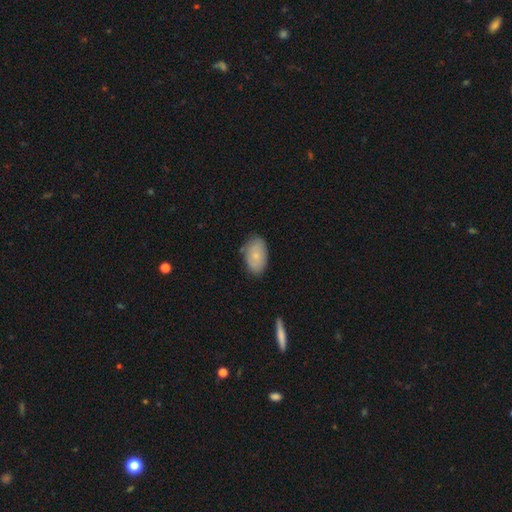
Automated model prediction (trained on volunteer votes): A smooth galaxy with no disk features (76%) that is in between round and cigar-shaped (93%).

Vote fractions:
- Smooth or featured? smooth: 76% / featured or disk: 18% / star or artifact: 7%
- How rounded? in between: 93% / round: 6% / cigar-shaped: 2%
- Merging? none: 80% / minor disturbance: 15% / major disturbance: 3% / merger: 2%